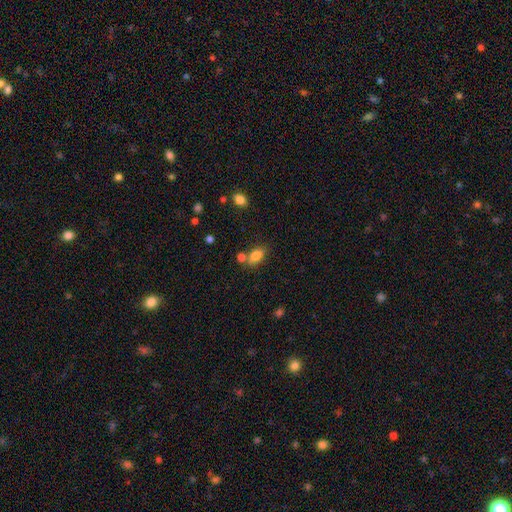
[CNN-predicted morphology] A smooth galaxy with no disk features (83%) that is in between round and cigar-shaped (87%).

Vote fractions:
- Smooth or featured? smooth: 83% / star or artifact: 9% / featured or disk: 8%
- How rounded? in between: 87% / round: 9% / cigar-shaped: 4%
- Merging? none: 64% / merger: 19% / minor disturbance: 13% / major disturbance: 4%